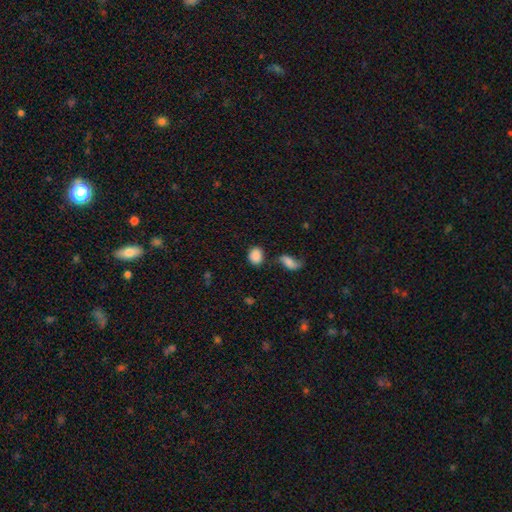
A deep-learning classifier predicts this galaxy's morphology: type=smooth (86%); roundness=round (55%); merging=none (69%).